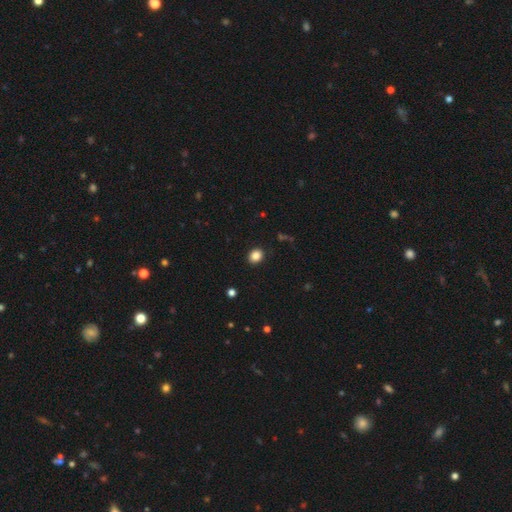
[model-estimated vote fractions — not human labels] smooth-or-featured: smooth: 86% | star or artifact: 10% | featured or disk: 4%
  how-rounded: round: 58% | in between: 41% | cigar-shaped: 1%
  merging: none: 91% | minor disturbance: 6% | major disturbance: 2% | merger: 1%